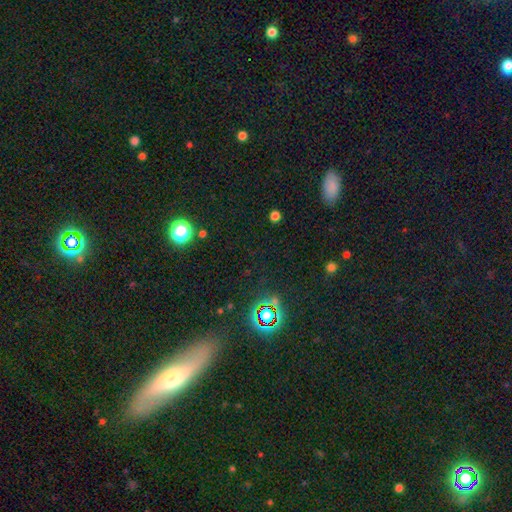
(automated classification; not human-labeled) smooth-or-featured: star or artifact: 48% | smooth: 32% | featured or disk: 20%